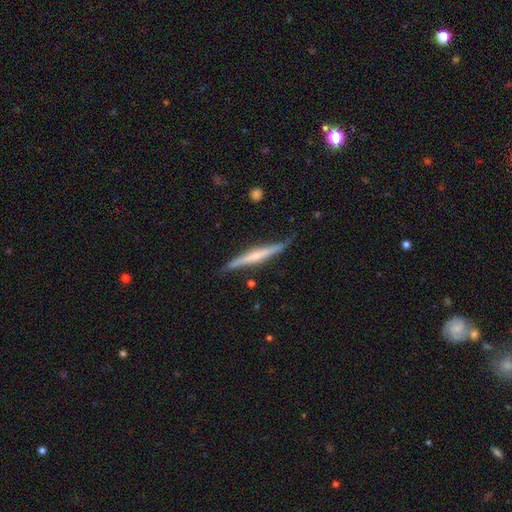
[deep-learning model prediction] A featured or disk galaxy (60%) viewed edge-on (95%) with no central bulge (44%). Merging: none (77%).